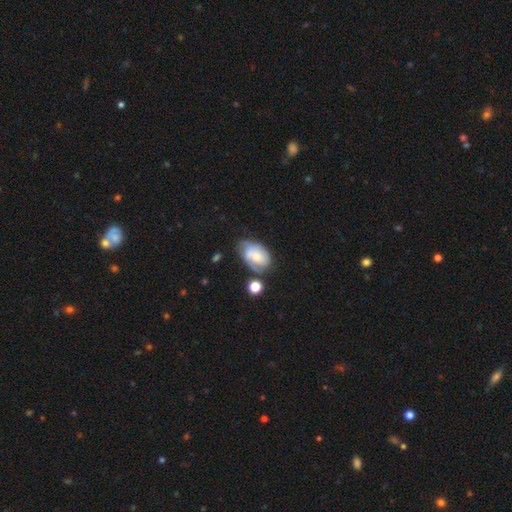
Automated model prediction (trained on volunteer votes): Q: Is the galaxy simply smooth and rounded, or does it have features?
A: featured or disk — 49%.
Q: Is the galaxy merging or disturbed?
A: none — 44%.